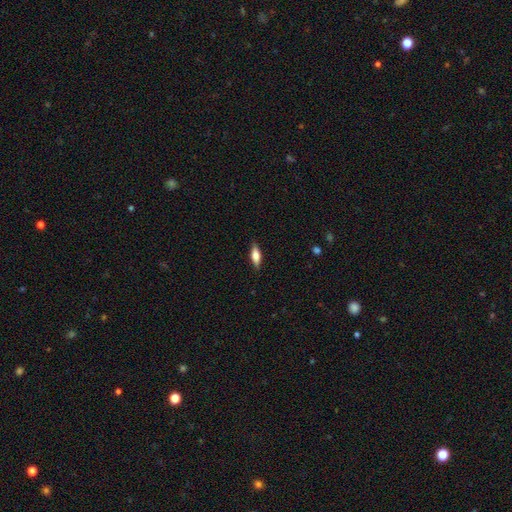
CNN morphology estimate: smooth-or-featured: smooth: 66% | featured or disk: 27% | star or artifact: 7%
  how-rounded: in between: 60% | cigar-shaped: 37% | round: 3%
  merging: none: 86% | minor disturbance: 11% | major disturbance: 2% | merger: 1%